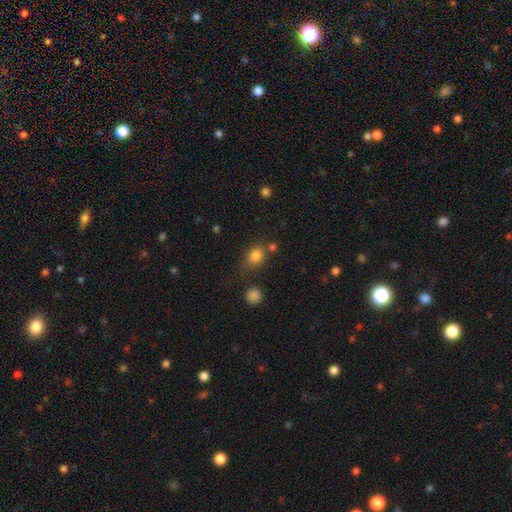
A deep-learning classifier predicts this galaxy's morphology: Q: Smooth or featured?
A: smooth (82%); runner-up: star or artifact (12%)
Q: How rounded?
A: round (51%); runner-up: in between (47%)
Q: Merging?
A: none (61%); runner-up: minor disturbance (18%)